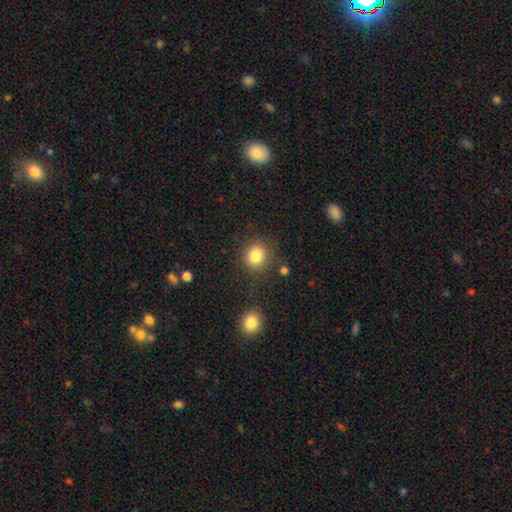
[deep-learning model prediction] This appears to be a smooth galaxy with no disk features (84%) that is round (85%). Merging: none (83%).